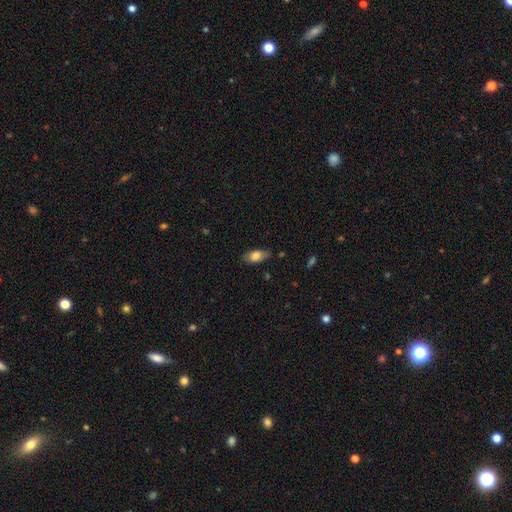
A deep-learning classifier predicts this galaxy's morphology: Overall: smooth (75%). How rounded: in between (86%). Merging: none (78%).